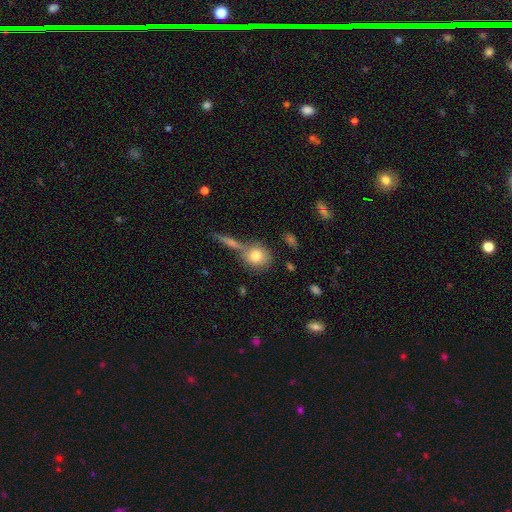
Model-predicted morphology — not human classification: Overall: smooth (78%). How rounded: round (81%). Merging: none (59%; merger 25%).